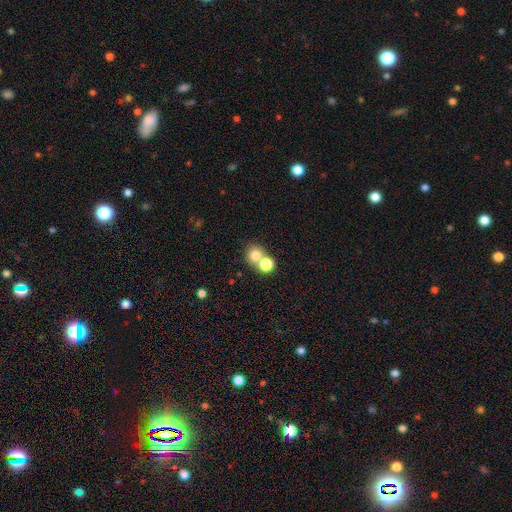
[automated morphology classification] smooth-or-featured: smooth: 76% | star or artifact: 14% | featured or disk: 10%
  how-rounded: round: 82% | in between: 17% | cigar-shaped: 1%
  merging: none: 50% | merger: 41% | minor disturbance: 7% | major disturbance: 3%